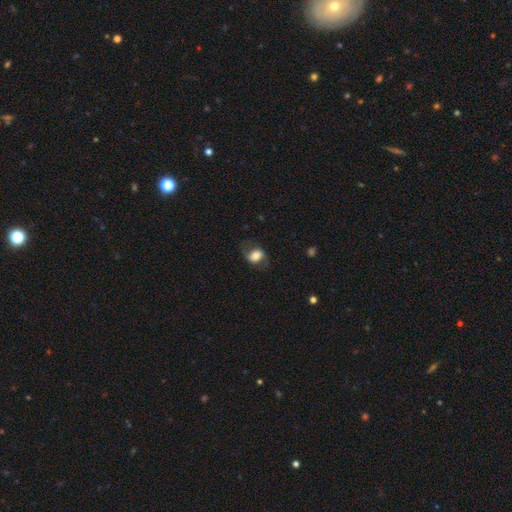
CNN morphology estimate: Smooth or featured: smooth — 60% (featured or disk — 32%)
How rounded: in between — 65% (round — 34%)
Merging: none — 67% (minor disturbance — 19%)